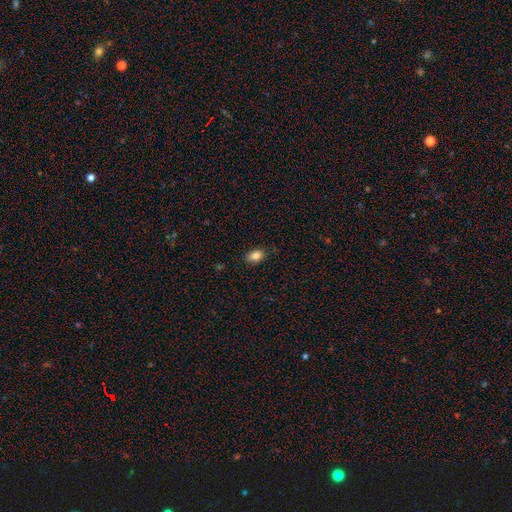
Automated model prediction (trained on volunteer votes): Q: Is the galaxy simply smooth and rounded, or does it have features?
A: smooth — 85%.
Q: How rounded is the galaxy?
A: in between — 86%.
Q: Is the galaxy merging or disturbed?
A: none — 85%.